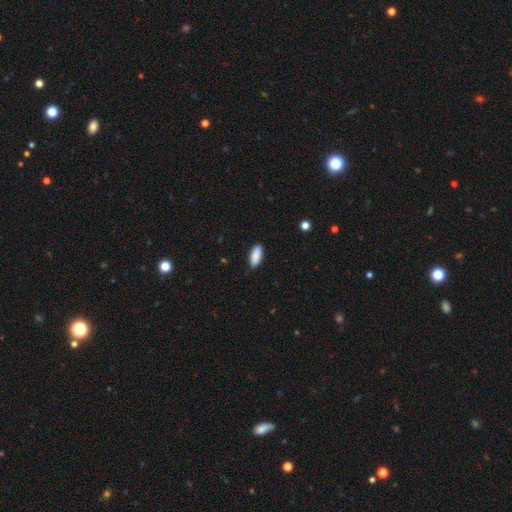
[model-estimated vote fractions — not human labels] This is clearly a smooth galaxy (89%). How rounded: clearly in between (85%). Merging: clearly none (84%).